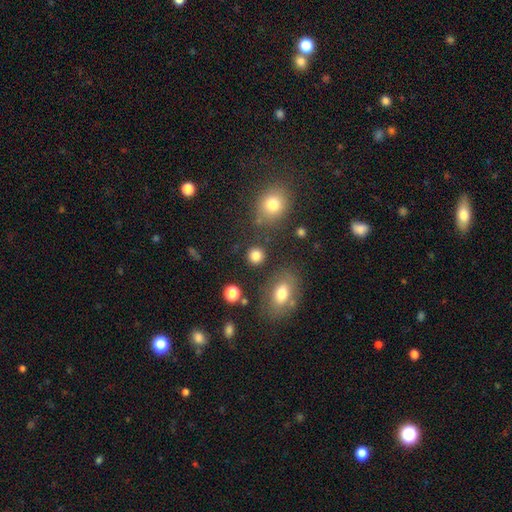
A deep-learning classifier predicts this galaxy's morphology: smooth_or_featured: smooth (p=0.82) [alt: star or artifact p=0.12]
how_rounded: round (p=0.87) [alt: in between p=0.12]
merging: none (p=0.84) [alt: minor disturbance p=0.08]